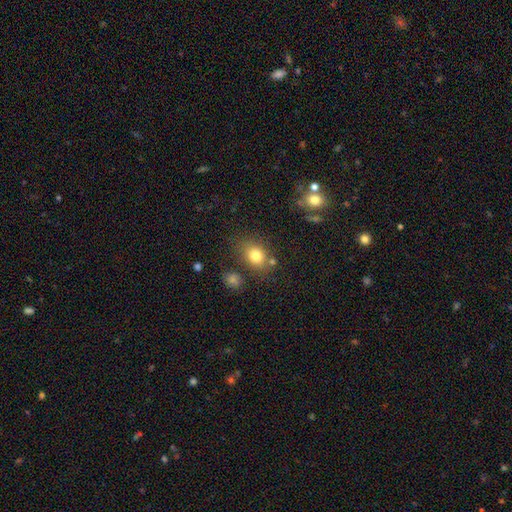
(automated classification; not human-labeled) smooth_or_featured: smooth (p=0.79) [alt: star or artifact p=0.11]
how_rounded: in between (p=0.55) [alt: round p=0.44]
merging: none (p=0.73) [alt: minor disturbance p=0.14]